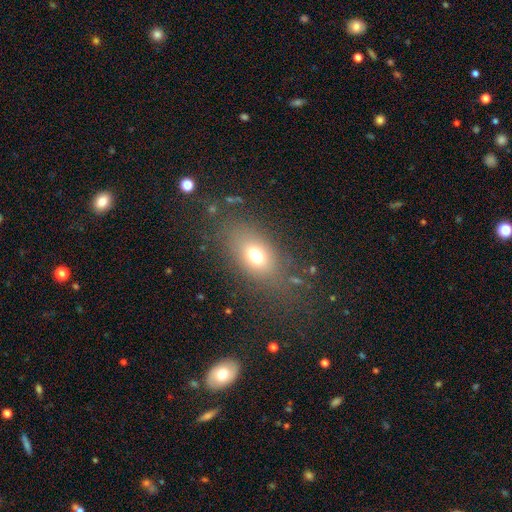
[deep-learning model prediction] Q: Smooth or featured?
A: smooth (68%); runner-up: featured or disk (16%)
Q: How rounded?
A: in between (76%); runner-up: round (21%)
Q: Merging?
A: none (72%); runner-up: minor disturbance (14%)